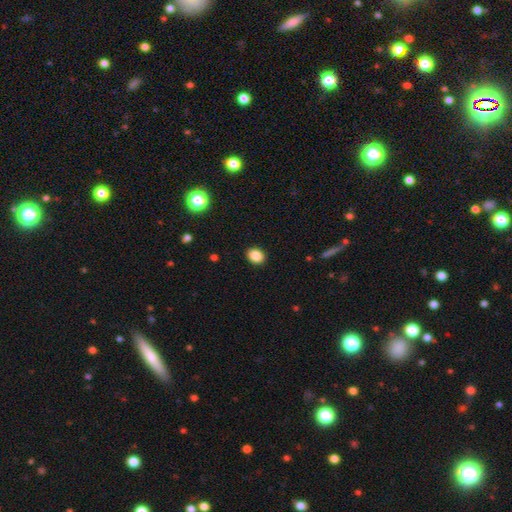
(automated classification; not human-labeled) Smooth or featured: smooth — 87% (star or artifact — 10%)
How rounded: round — 53% (in between — 46%)
Merging: none — 91% (minor disturbance — 6%)